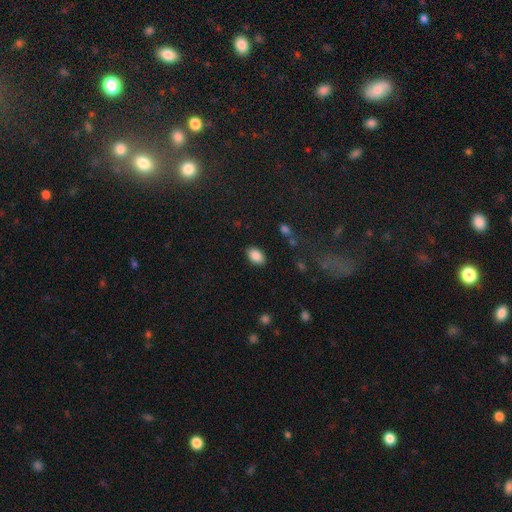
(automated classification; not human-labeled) Smooth or featured? Predicted: smooth (p=0.88). How rounded? Predicted: in between (p=0.90). Merging? Predicted: none (p=0.86).